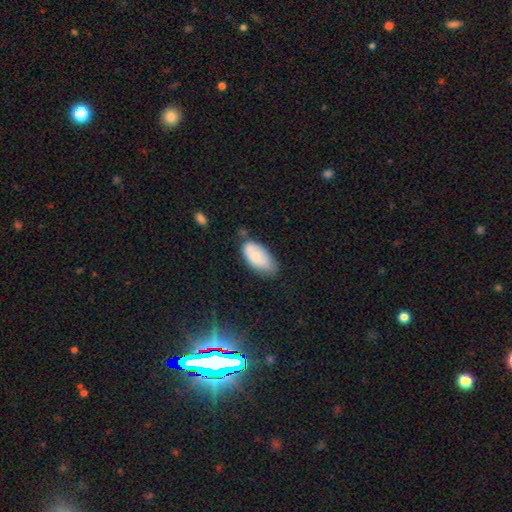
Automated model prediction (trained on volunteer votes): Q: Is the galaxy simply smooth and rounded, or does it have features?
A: smooth — 69%.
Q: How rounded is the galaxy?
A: in between — 94%.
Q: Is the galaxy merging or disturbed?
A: none — 54%.